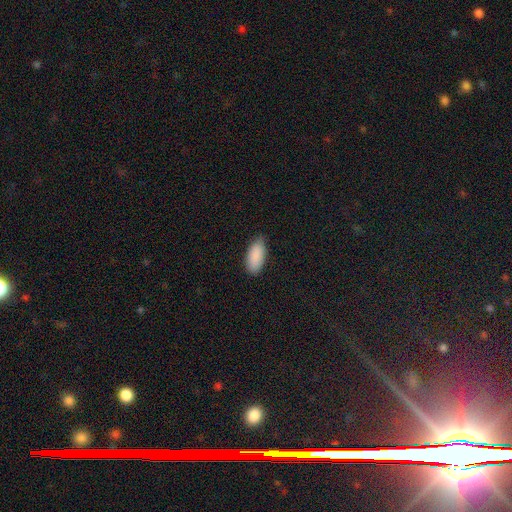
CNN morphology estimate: Overall: smooth (90%). How rounded: in between (91%). Merging: none (78%).